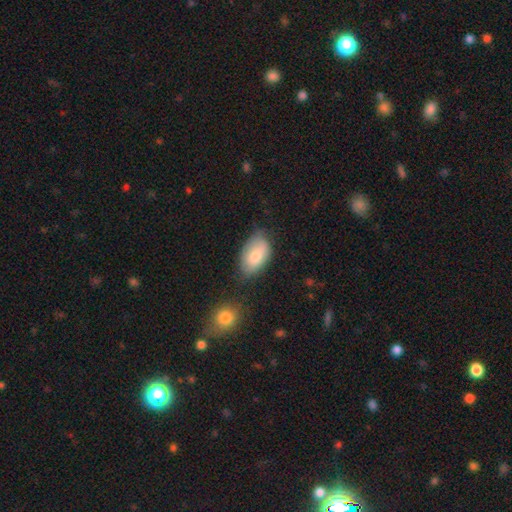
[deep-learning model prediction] The model was most divided on "merging": none: 59%, minor disturbance: 30%, major disturbance: 7%, merger: 4%. More confident: how rounded — in between (93%); smooth or featured — smooth (76%).